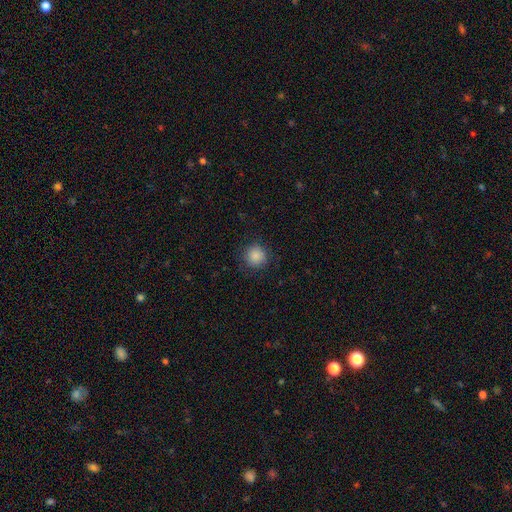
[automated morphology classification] Overall: smooth (87%). How rounded: round (94%). Merging: none (87%).